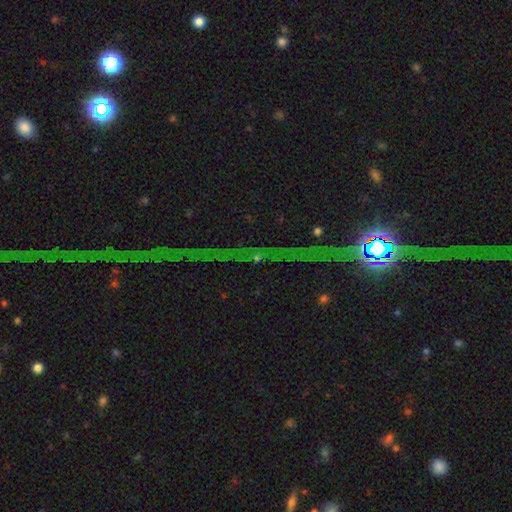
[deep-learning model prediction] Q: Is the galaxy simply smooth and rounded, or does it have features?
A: star or artifact — 81%.